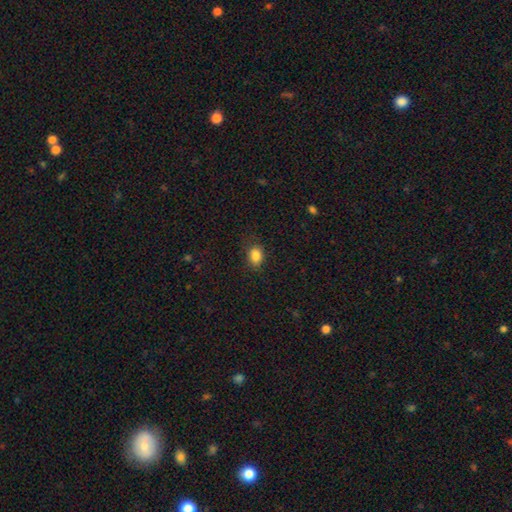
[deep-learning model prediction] Q: Smooth or featured?
A: smooth (85%); runner-up: star or artifact (10%)
Q: How rounded?
A: in between (64%); runner-up: round (34%)
Q: Merging?
A: none (81%); runner-up: minor disturbance (14%)